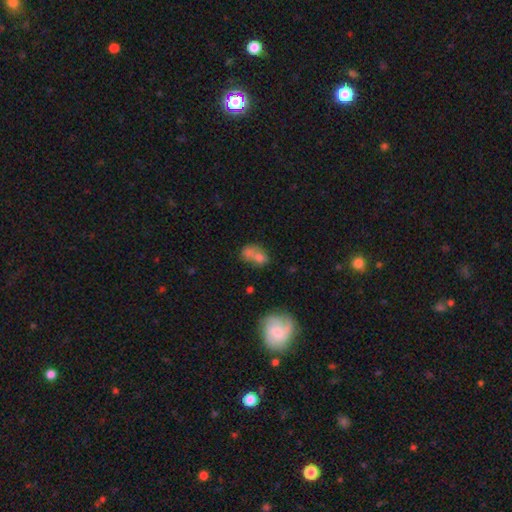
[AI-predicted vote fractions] smooth-or-featured: smooth: 69% | featured or disk: 19% | star or artifact: 12%
  how-rounded: in between: 62% | round: 36% | cigar-shaped: 2%
  merging: merger: 53% | none: 26% | minor disturbance: 12% | major disturbance: 9%